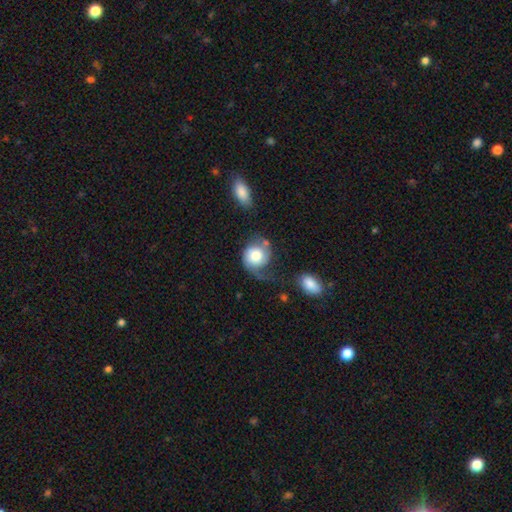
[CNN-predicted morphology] Smooth or featured? smooth (47%)
Merging? none (36%)